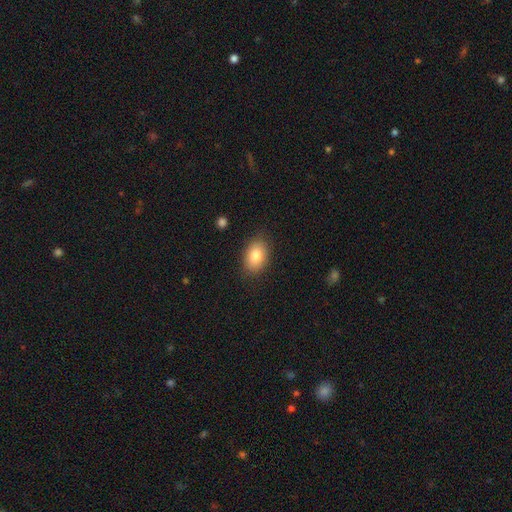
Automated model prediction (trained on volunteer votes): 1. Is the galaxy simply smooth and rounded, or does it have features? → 83% smooth, 10% featured or disk, 8% star or artifact.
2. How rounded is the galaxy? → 80% in between, 19% round, 1% cigar-shaped.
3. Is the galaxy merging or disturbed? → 85% none, 11% minor disturbance, 3% major disturbance, 1% merger.